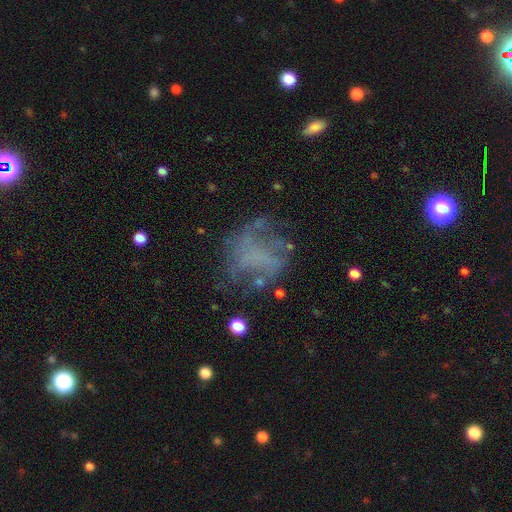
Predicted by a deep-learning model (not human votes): Smooth or featured?
  - featured or disk: 55% *
  - smooth: 26%
  - star or artifact: 19%
Edge-on disk?
  - no: 97% *
  - yes: 3%
Bar?
  - no: 82% *
  - weak: 13%
  - strong: 5%
Spiral arms?
  - no: 68% *
  - yes: 32%
Bulge size?
  - none: 80% *
  - small: 10%
  - moderate: 6%
  - large: 3%
  - dominant: 1%
Merging?
  - none: 48% *
  - major disturbance: 28%
  - minor disturbance: 20%
  - merger: 4%